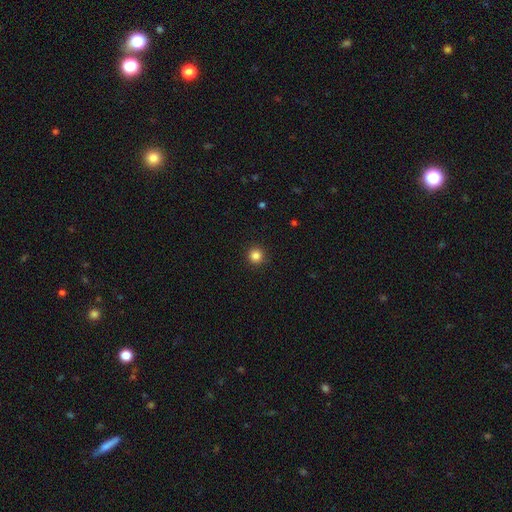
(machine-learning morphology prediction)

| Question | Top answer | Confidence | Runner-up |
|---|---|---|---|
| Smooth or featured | smooth | 84% | star or artifact (12%) |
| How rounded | round | 95% | in between (4%) |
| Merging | none | 92% | minor disturbance (6%) |